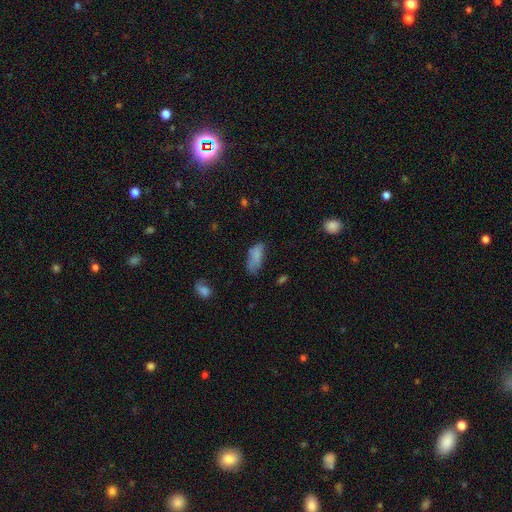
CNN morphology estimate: type=smooth (80%); roundness=in between (82%); merging=none (57%).